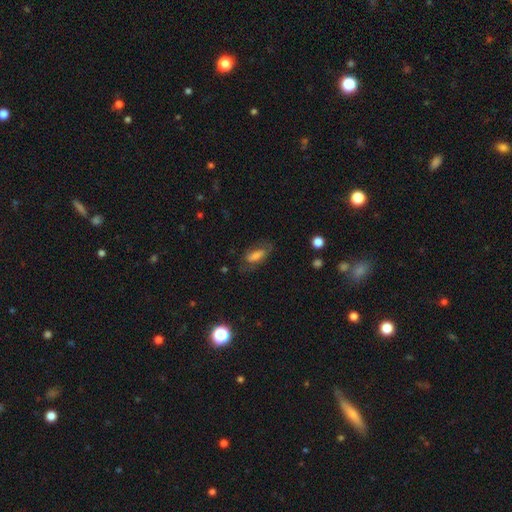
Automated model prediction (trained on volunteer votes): Smooth or featured?
  - smooth: 53% *
  - featured or disk: 35%
  - star or artifact: 12%
How rounded?
  - in between: 77% *
  - cigar-shaped: 17%
  - round: 5%
Merging?
  - none: 67% *
  - minor disturbance: 20%
  - major disturbance: 12%
  - merger: 2%